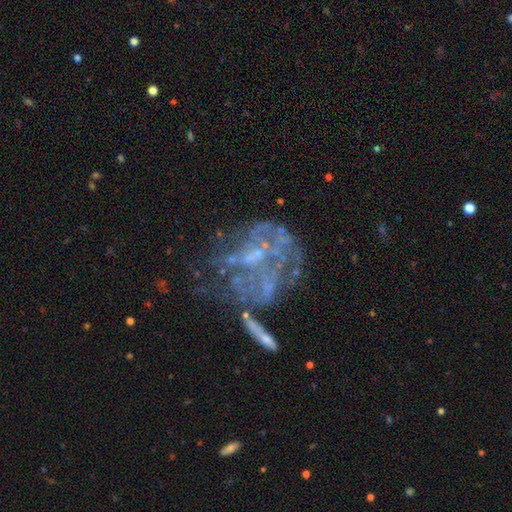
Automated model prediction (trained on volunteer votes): Smooth or featured?
  - featured or disk: 66% *
  - star or artifact: 23%
  - smooth: 12%
Edge-on disk?
  - no: 96% *
  - yes: 4%
Bar?
  - no: 55% *
  - weak: 32%
  - strong: 13%
Spiral arms?
  - yes: 53% *
  - no: 47%
Bulge size?
  - small: 49% *
  - none: 32%
  - moderate: 16%
  - large: 2%
  - dominant: 2%
Merging?
  - none: 34% *
  - major disturbance: 32%
  - merger: 19%
  - minor disturbance: 15%